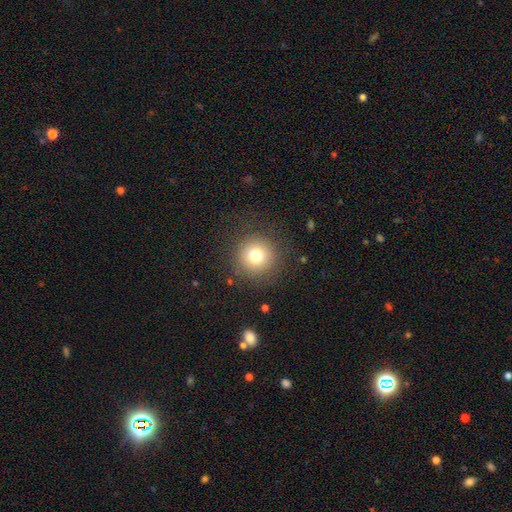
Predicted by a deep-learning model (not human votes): This is likely a smooth galaxy (77%). How rounded: clearly round (95%). Merging: clearly none (87%).